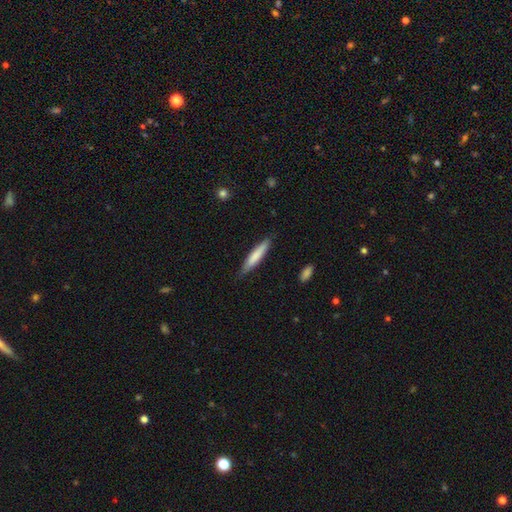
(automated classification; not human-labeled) This appears to be a smooth galaxy with no disk features (75%) that is cigar-shaped (90%). Merging: none (83%).